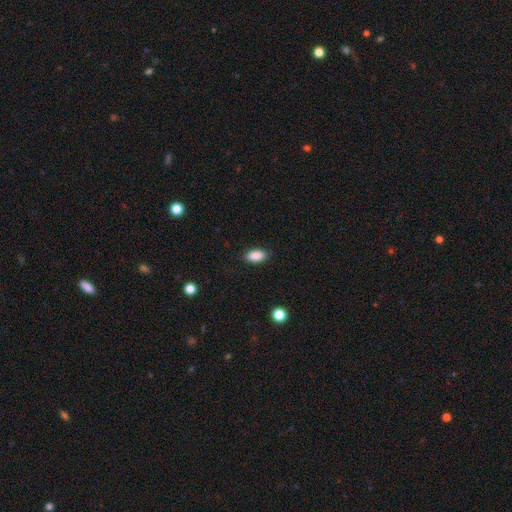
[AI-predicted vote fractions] A smooth galaxy with no disk features (88%) that is in between round and cigar-shaped (91%). Merging: none (87%).